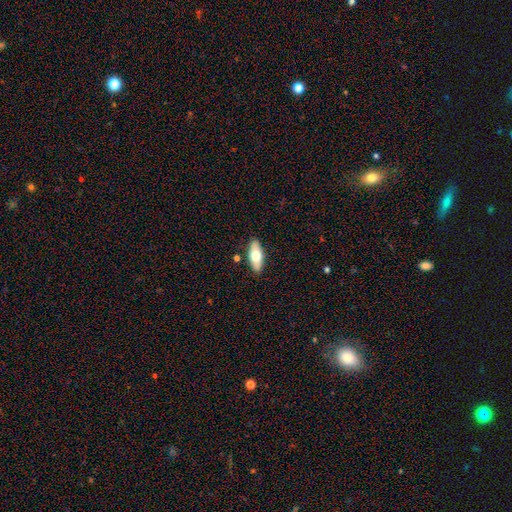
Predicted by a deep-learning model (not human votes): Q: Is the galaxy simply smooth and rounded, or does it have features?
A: smooth — 65%.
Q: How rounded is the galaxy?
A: in between — 82%.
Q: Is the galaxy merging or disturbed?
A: none — 87%.